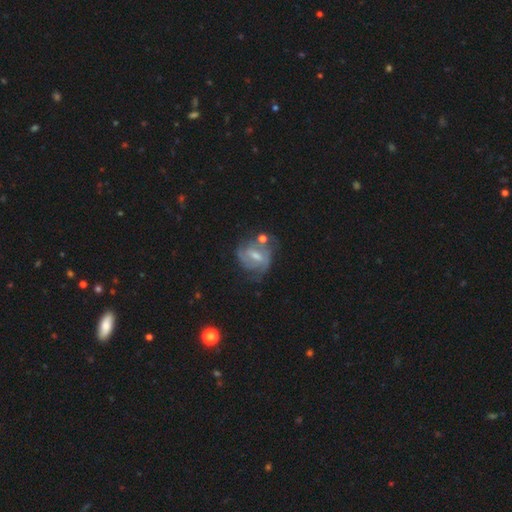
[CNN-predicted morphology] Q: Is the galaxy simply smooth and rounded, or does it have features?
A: featured or disk — 72%.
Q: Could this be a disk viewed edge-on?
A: no — 96%.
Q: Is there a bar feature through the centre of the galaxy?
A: weak — 53%.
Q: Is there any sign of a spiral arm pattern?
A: yes — 82%.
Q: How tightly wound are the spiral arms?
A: tight — 42%.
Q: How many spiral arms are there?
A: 2 — 50%.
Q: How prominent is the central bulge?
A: moderate — 46%.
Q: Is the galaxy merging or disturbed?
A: none — 47%.